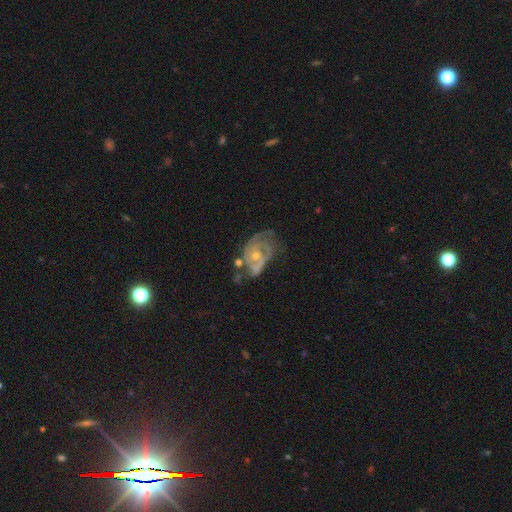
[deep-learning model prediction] smooth-or-featured: featured or disk: 81% | smooth: 11% | star or artifact: 8%
  disk-edge-on: no: 97% | yes: 3%
    bar: no: 73% | weak: 23% | strong: 5%
    has-spiral-arms: yes: 85% | no: 15%
      spiral-winding: tight: 49% | medium: 37% | loose: 14%
      spiral-arm-count: 2: 38% | can't tell: 30% | 3: 16% | 1: 8% | 4: 4% | more than 4: 3%
    bulge-size: small: 51% | moderate: 45% | none: 2% | large: 1% | dominant: 1%
  merging: none: 38% | minor disturbance: 25% | major disturbance: 24% | merger: 12%